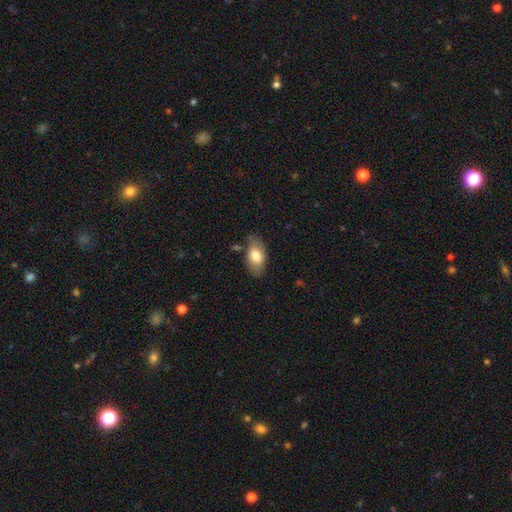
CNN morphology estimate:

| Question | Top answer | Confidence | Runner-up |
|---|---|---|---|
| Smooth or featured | smooth | 75% | featured or disk (19%) |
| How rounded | in between | 93% | round (5%) |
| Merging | none | 74% | minor disturbance (18%) |